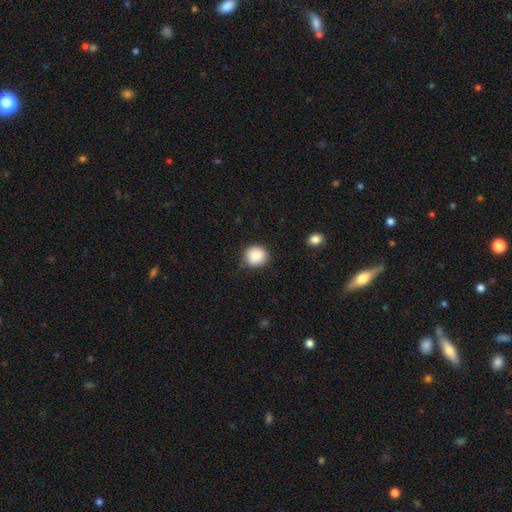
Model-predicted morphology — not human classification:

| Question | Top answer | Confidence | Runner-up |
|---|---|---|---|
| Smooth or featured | smooth | 88% | star or artifact (8%) |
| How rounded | round | 88% | in between (12%) |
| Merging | none | 77% | minor disturbance (17%) |